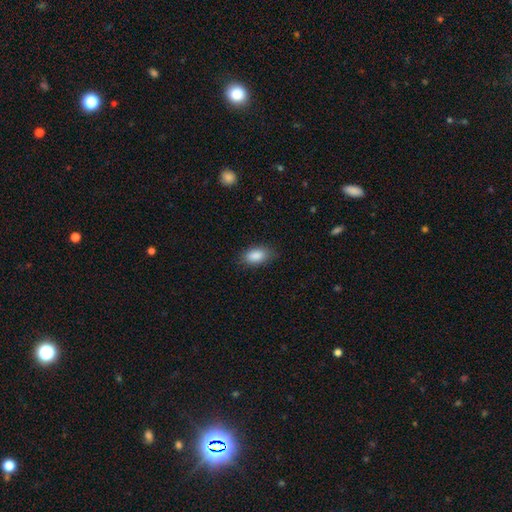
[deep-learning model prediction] This appears to be a smooth galaxy with no disk features (88%) that is in between round and cigar-shaped (91%). Merging: none (80%).